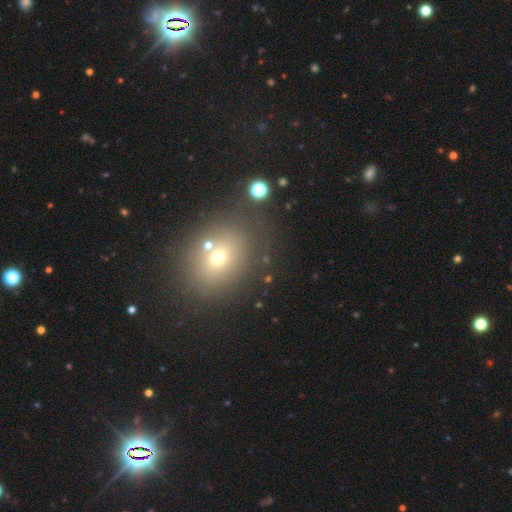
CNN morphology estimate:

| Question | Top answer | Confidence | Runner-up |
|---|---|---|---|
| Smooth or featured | smooth | 55% | star or artifact (29%) |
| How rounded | in between | 51% | round (48%) |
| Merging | none | 70% | merger (14%) |